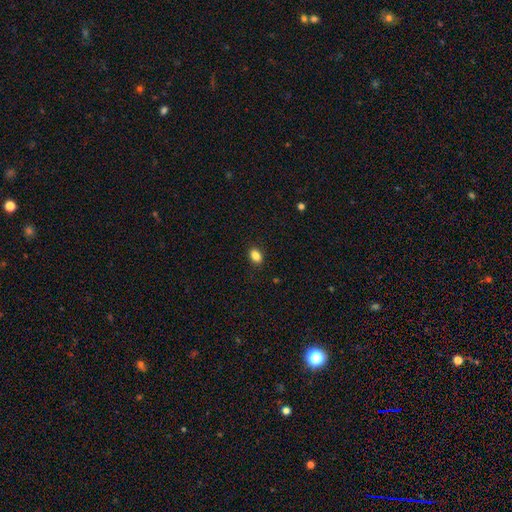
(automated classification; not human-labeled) smooth_or_featured: smooth (p=0.86) [alt: star or artifact p=0.10]
how_rounded: in between (p=0.82) [alt: round p=0.16]
merging: none (p=0.87) [alt: minor disturbance p=0.10]